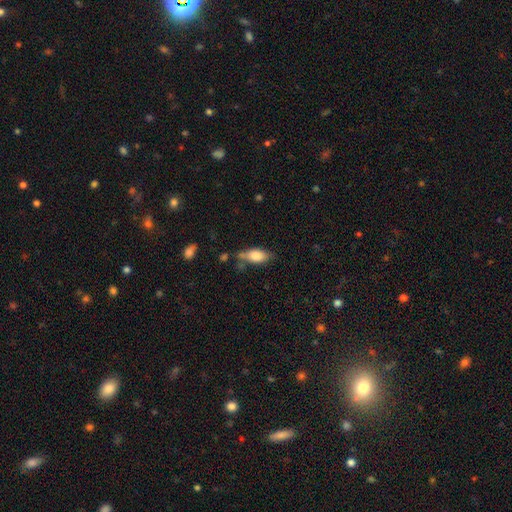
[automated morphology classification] Smooth or featured? smooth (78%)
How rounded? in between (84%)
Merging? none (54%)